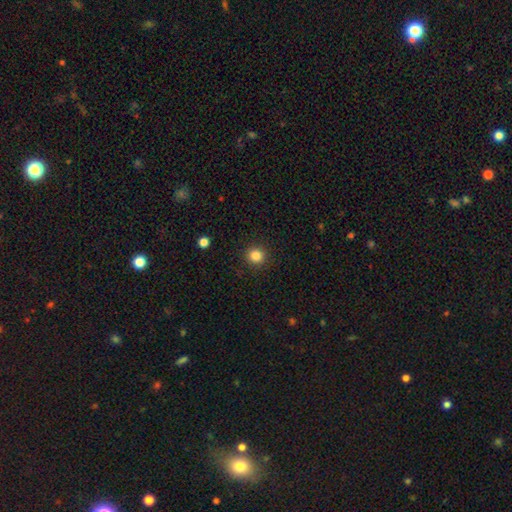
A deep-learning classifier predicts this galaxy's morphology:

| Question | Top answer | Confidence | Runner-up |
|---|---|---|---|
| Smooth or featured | smooth | 84% | star or artifact (12%) |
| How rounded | round | 93% | in between (6%) |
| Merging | none | 92% | minor disturbance (5%) |